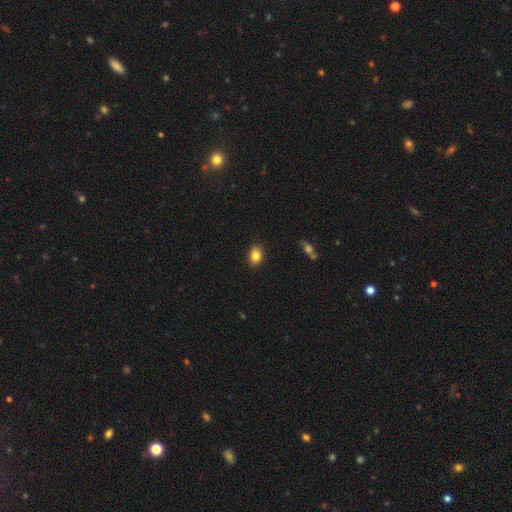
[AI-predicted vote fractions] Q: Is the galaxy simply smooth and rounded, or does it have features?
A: smooth — 83%.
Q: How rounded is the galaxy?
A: in between — 72%.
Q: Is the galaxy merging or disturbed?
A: none — 85%.